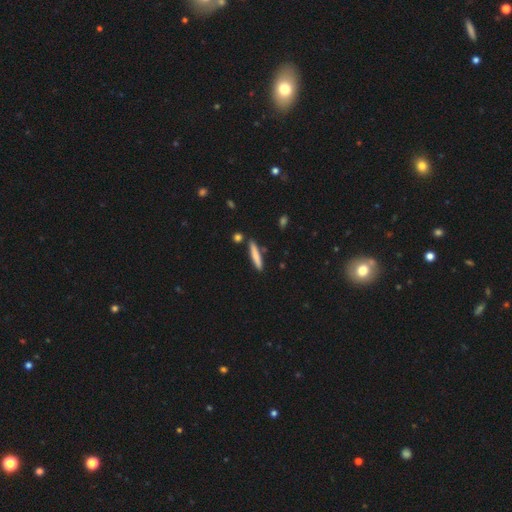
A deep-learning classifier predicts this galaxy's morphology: A smooth galaxy with no disk features (75%) that is cigar-shaped (93%).

Vote fractions:
- Smooth or featured? smooth: 75% / featured or disk: 20% / star or artifact: 6%
- How rounded? cigar-shaped: 93% / in between: 5% / round: 1%
- Merging? none: 85% / minor disturbance: 9% / merger: 4% / major disturbance: 2%